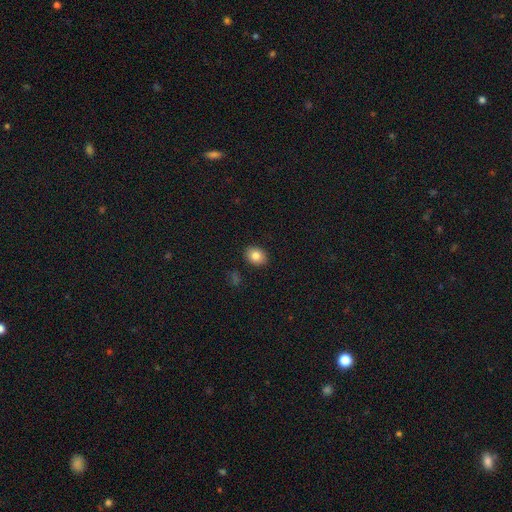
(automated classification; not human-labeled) This is clearly a smooth galaxy (84%). How rounded: possibly in between (56%). Merging: clearly none (90%).